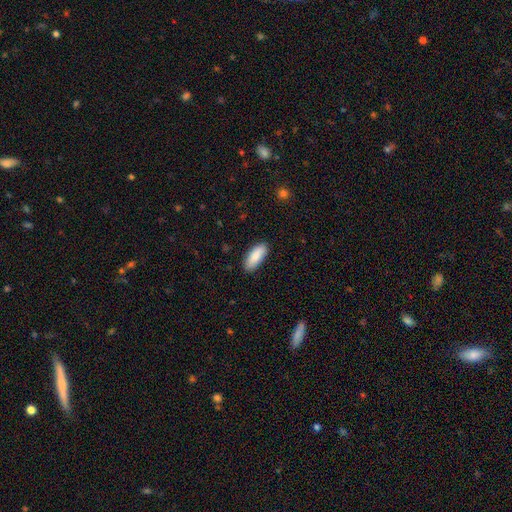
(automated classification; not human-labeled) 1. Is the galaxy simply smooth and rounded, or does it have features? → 88% smooth, 6% featured or disk, 6% star or artifact.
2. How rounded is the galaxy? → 80% in between, 18% cigar-shaped, 2% round.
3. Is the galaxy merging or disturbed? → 87% none, 10% minor disturbance, 2% major disturbance, 1% merger.